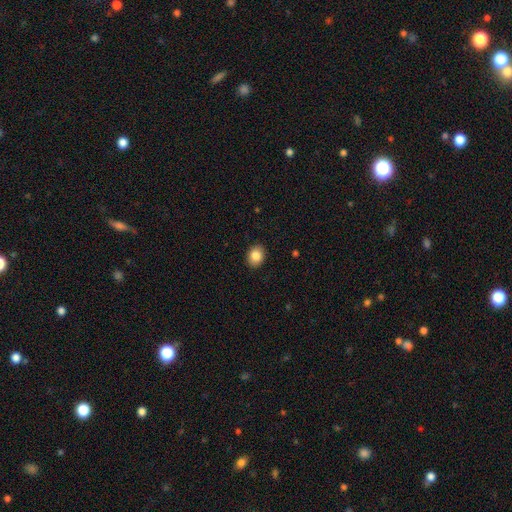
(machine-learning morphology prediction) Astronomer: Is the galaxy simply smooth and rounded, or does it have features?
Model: smooth — 85%.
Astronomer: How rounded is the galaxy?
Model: in between — 54% (runner-up: round, 45%).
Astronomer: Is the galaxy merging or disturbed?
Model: none — 90%.